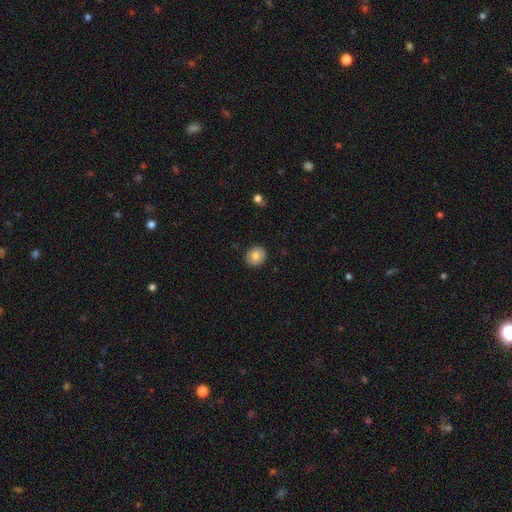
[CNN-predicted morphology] Overall: smooth (78%). How rounded: round (70%). Merging: none (88%).